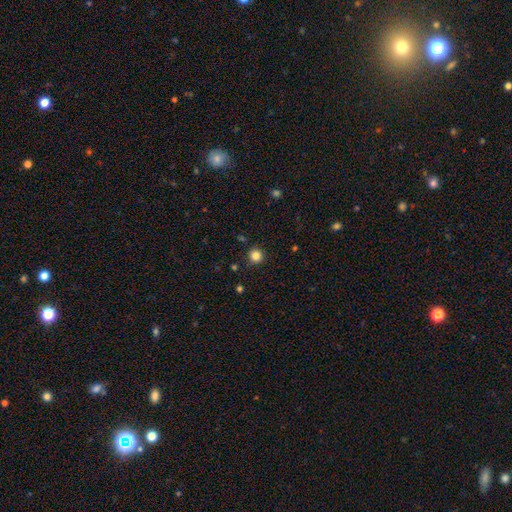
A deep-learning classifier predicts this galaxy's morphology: The model was most divided on "smooth or featured": smooth: 83%, star or artifact: 13%, featured or disk: 4%. More confident: how rounded — round (95%); merging — none (91%).